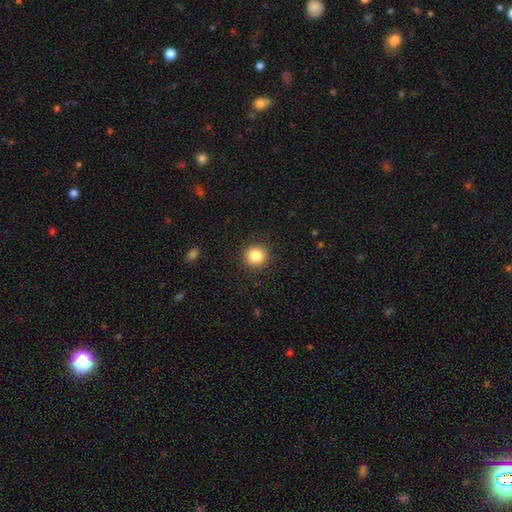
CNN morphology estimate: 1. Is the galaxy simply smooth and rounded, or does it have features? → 84% smooth, 10% star or artifact, 6% featured or disk.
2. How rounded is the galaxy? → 93% round, 6% in between, 1% cigar-shaped.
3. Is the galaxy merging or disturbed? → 92% none, 5% minor disturbance, 2% major disturbance, 1% merger.